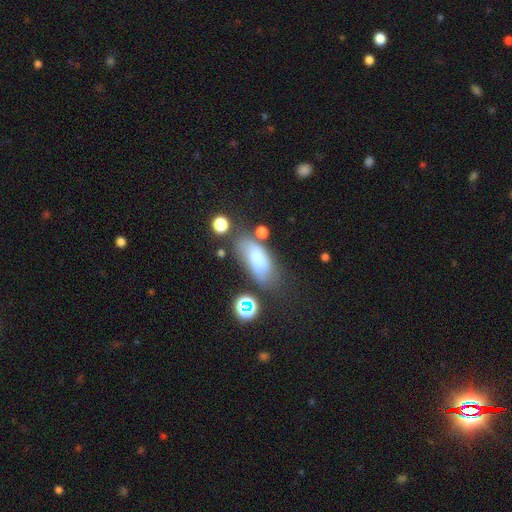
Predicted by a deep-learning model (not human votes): The model was most divided on "merging": none: 51%, minor disturbance: 24%, major disturbance: 14%, merger: 11%. More confident: how rounded — in between (83%); smooth or featured — smooth (65%).